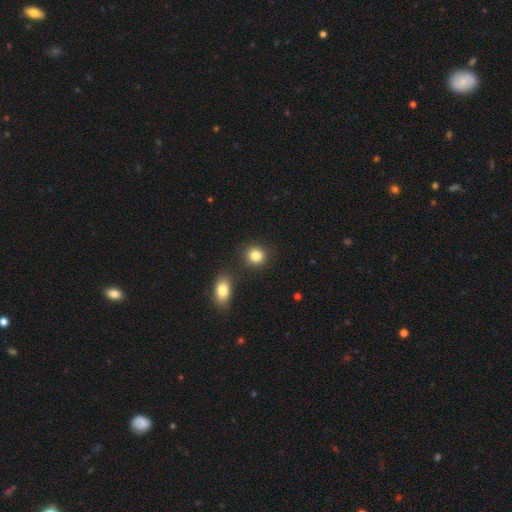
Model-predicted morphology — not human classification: A smooth galaxy with no disk features (84%) that is round (84%). Merging: none (83%).